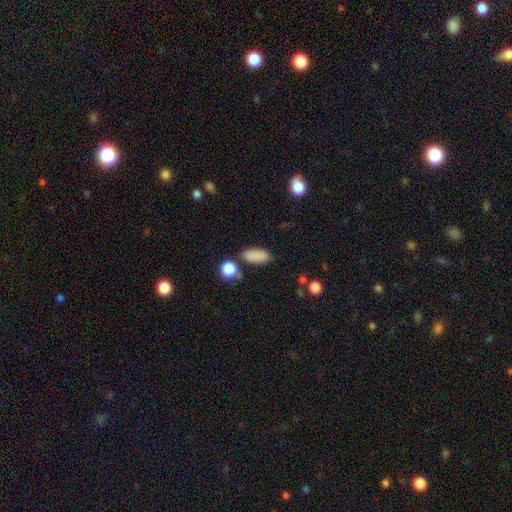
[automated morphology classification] Smooth or featured?
  - smooth: 86% *
  - star or artifact: 8%
  - featured or disk: 5%
How rounded?
  - in between: 86% *
  - cigar-shaped: 9%
  - round: 5%
Merging?
  - none: 74% *
  - minor disturbance: 14%
  - merger: 8%
  - major disturbance: 4%